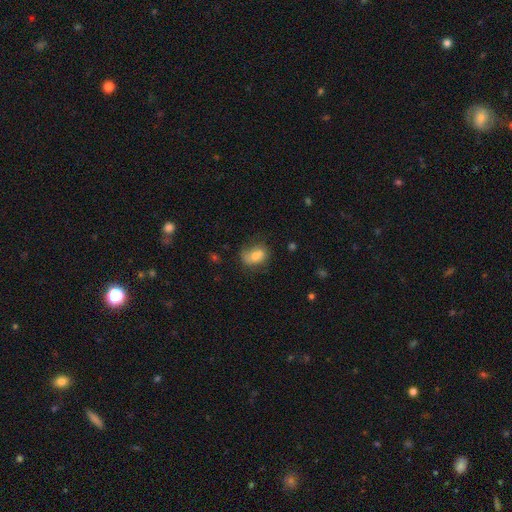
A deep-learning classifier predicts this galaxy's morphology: The model was most divided on "merging": none: 50%, minor disturbance: 27%, major disturbance: 12%, merger: 11%. More confident: how rounded — in between (75%); smooth or featured — smooth (67%).